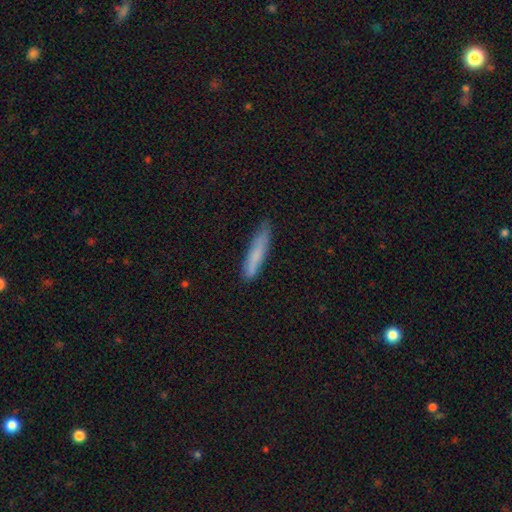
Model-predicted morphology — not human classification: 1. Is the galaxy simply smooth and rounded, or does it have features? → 78% smooth, 16% featured or disk, 6% star or artifact.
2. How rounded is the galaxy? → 89% cigar-shaped, 9% in between, 1% round.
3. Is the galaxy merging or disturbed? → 77% none, 18% minor disturbance, 3% major disturbance, 1% merger.